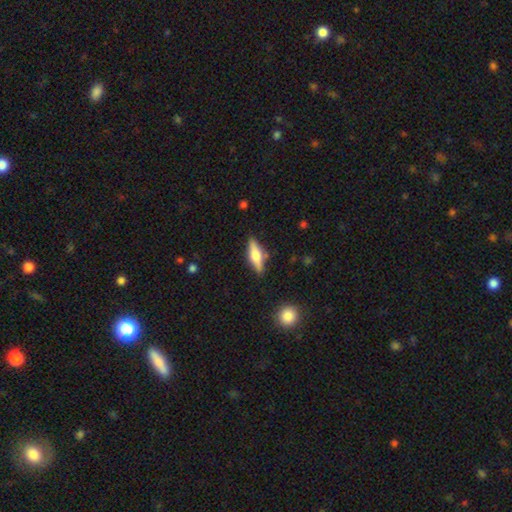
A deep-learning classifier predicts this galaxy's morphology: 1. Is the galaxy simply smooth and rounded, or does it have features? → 47% featured or disk (tied), 47% smooth (tied), 6% star or artifact.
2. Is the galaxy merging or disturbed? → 83% none, 12% minor disturbance, 3% merger, 3% major disturbance.